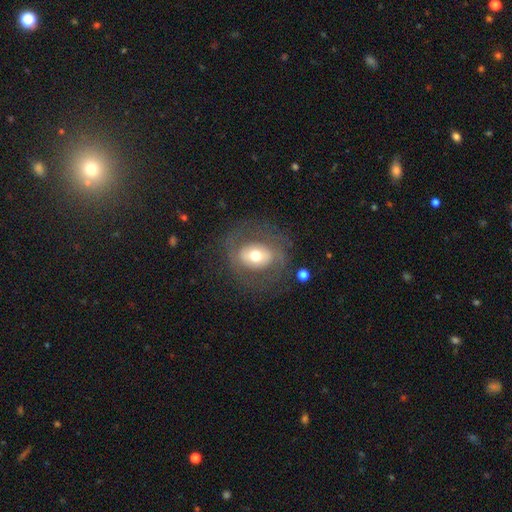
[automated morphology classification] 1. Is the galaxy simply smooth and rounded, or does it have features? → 49% featured or disk, 42% smooth, 9% star or artifact.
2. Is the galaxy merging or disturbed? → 72% none, 14% minor disturbance, 12% major disturbance, 2% merger.